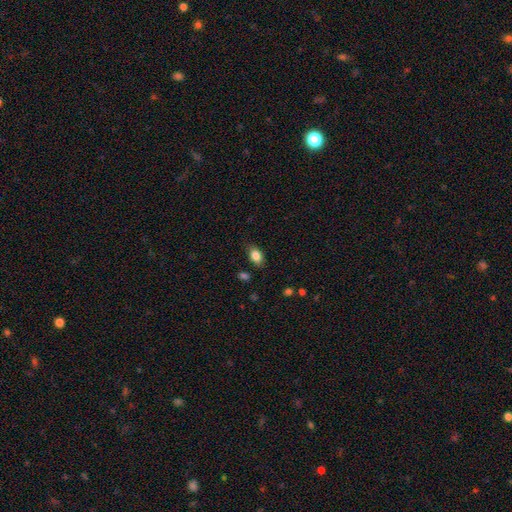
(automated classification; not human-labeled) This appears to be a smooth galaxy with no disk features (85%) that is in between round and cigar-shaped (86%). Merging: none (79%).